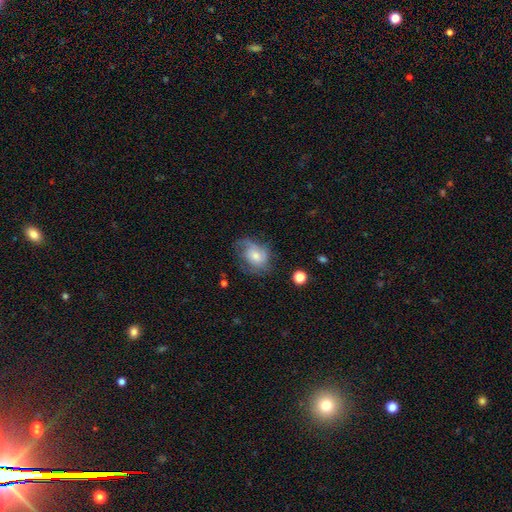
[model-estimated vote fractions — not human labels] A featured or disk galaxy (50%). Merging: none (50%).